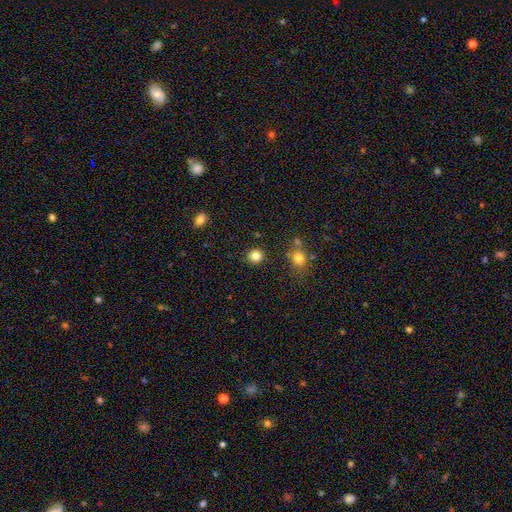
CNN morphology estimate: Smooth or featured?
  - smooth: 84% *
  - star or artifact: 12%
  - featured or disk: 4%
How rounded?
  - round: 92% *
  - in between: 7%
  - cigar-shaped: 1%
Merging?
  - none: 90% *
  - minor disturbance: 6%
  - merger: 2%
  - major disturbance: 2%